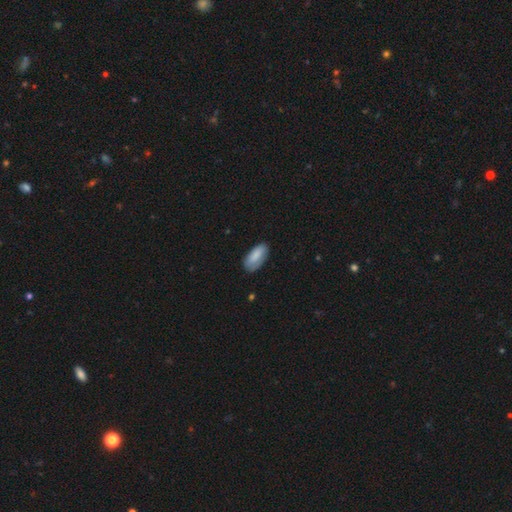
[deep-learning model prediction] smooth-or-featured: smooth: 84% | featured or disk: 10% | star or artifact: 6%
  how-rounded: in between: 90% | cigar-shaped: 8% | round: 2%
  merging: none: 72% | minor disturbance: 22% | major disturbance: 5% | merger: 1%